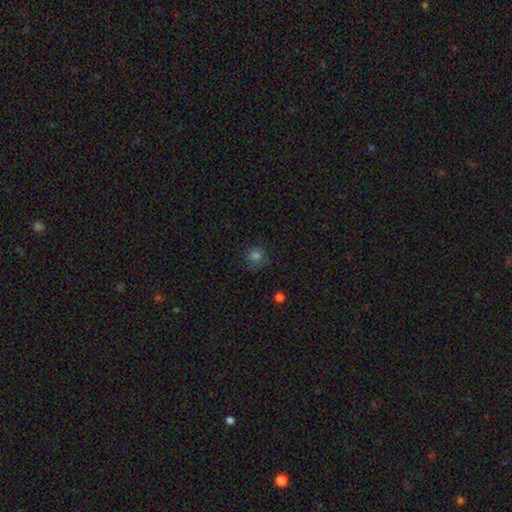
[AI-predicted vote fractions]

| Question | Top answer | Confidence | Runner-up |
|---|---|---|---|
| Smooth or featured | smooth | 76% | star or artifact (17%) |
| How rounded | round | 87% | in between (12%) |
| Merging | none | 74% | minor disturbance (18%) |